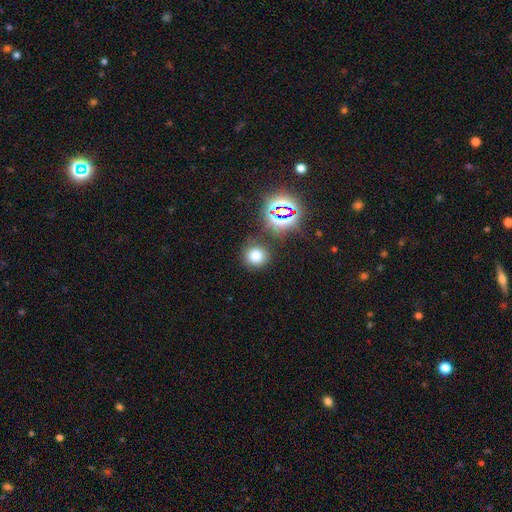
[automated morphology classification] A smooth galaxy with no disk features (70%) that is round (90%). Merging: none (83%).